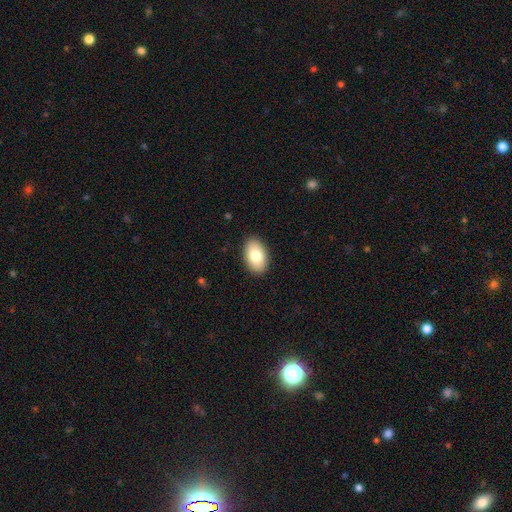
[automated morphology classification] A smooth galaxy with no disk features (80%) that is in between round and cigar-shaped (93%). Merging: none (89%).